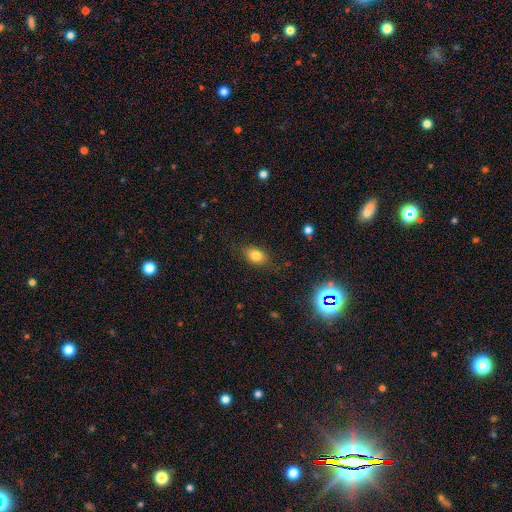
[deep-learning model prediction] Overall: smooth (78%). How rounded: in between (75%). Merging: none (81%).